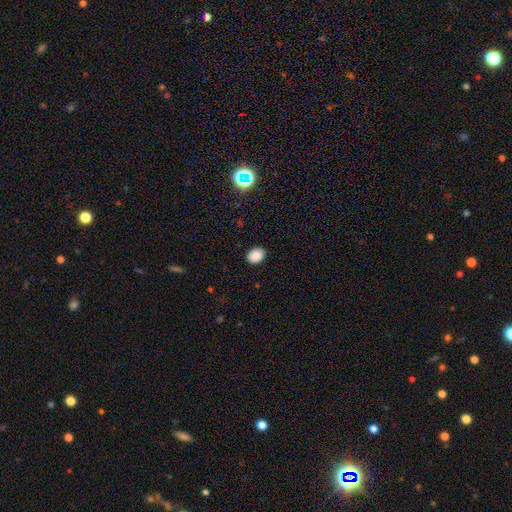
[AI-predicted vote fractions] A smooth galaxy with no disk features (88%) that is in between round and cigar-shaped (56%).

Vote fractions:
- Smooth or featured? smooth: 88% / star or artifact: 9% / featured or disk: 3%
- How rounded? in between: 56% / round: 43% / cigar-shaped: 1%
- Merging? none: 90% / minor disturbance: 7% / major disturbance: 2% / merger: 1%